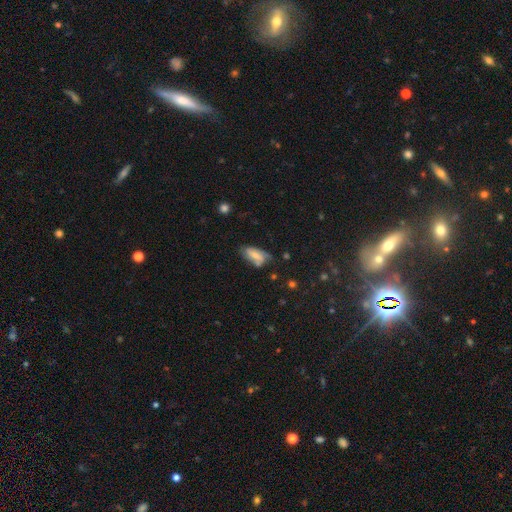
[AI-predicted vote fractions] smooth-or-featured: smooth: 60% | featured or disk: 31% | star or artifact: 9%
  how-rounded: in between: 84% | cigar-shaped: 12% | round: 3%
  merging: none: 48% | minor disturbance: 32% | major disturbance: 13% | merger: 7%